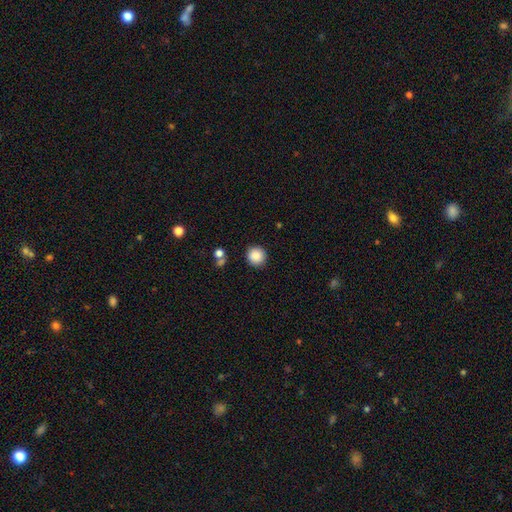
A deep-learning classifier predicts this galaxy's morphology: smooth 87%, star or artifact 9%, featured or disk 3%. Down the decision tree: how rounded — round (94%); merging — none (89%).